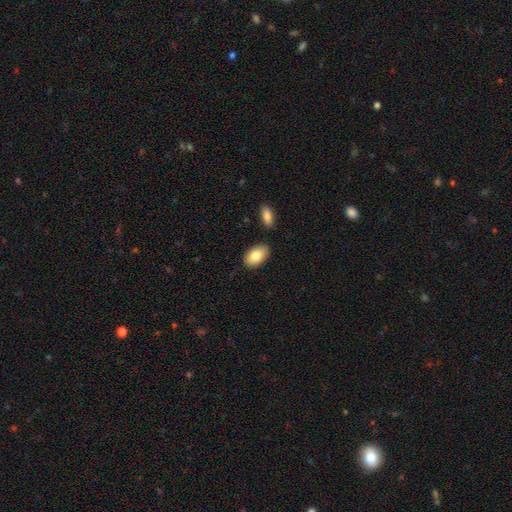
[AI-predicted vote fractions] A smooth galaxy with no disk features (84%) that is in between round and cigar-shaped (93%). Merging: none (83%).